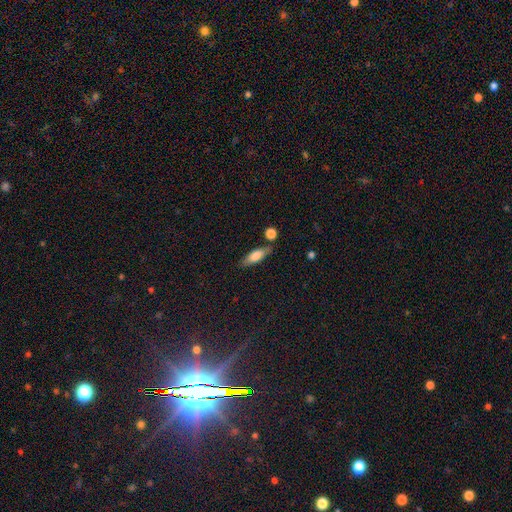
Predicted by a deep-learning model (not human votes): A smooth galaxy with no disk features (69%) that is in between round and cigar-shaped (54%).

Vote fractions:
- Smooth or featured? smooth: 69% / featured or disk: 23% / star or artifact: 8%
- How rounded? in between: 54% / cigar-shaped: 43% / round: 3%
- Merging? none: 72% / minor disturbance: 16% / merger: 8% / major disturbance: 4%